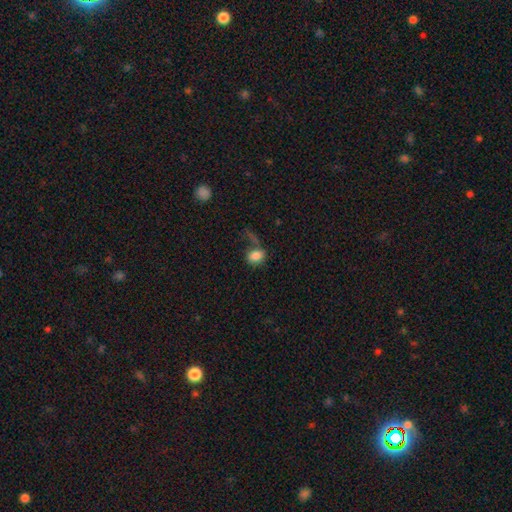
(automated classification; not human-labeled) smooth 79%, featured or disk 11%, star or artifact 10%. Down the decision tree: how rounded — in between (69%); merging — none (43%).